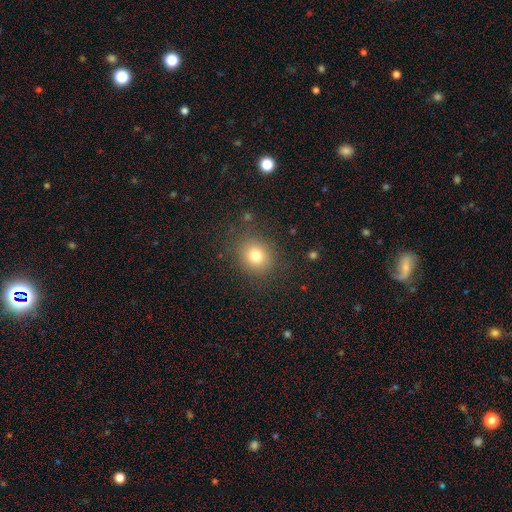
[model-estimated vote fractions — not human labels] Smooth or featured?
  - smooth: 80% *
  - star or artifact: 12%
  - featured or disk: 8%
How rounded?
  - round: 69% *
  - in between: 30%
  - cigar-shaped: 1%
Merging?
  - none: 84% *
  - minor disturbance: 10%
  - major disturbance: 4%
  - merger: 1%